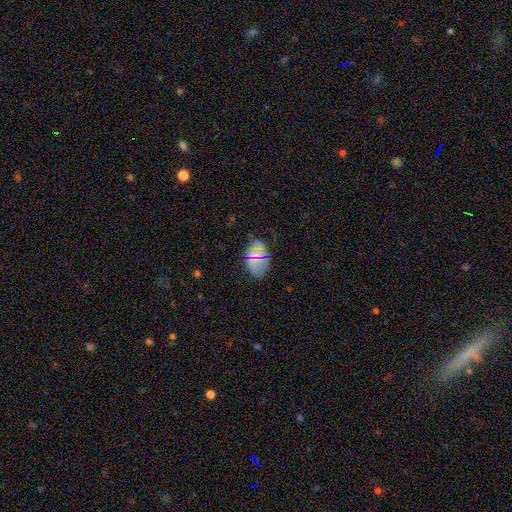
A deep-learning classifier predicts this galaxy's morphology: This is possibly a smooth galaxy (55%). How rounded: likely in between (79%). Merging: likely none (75%).